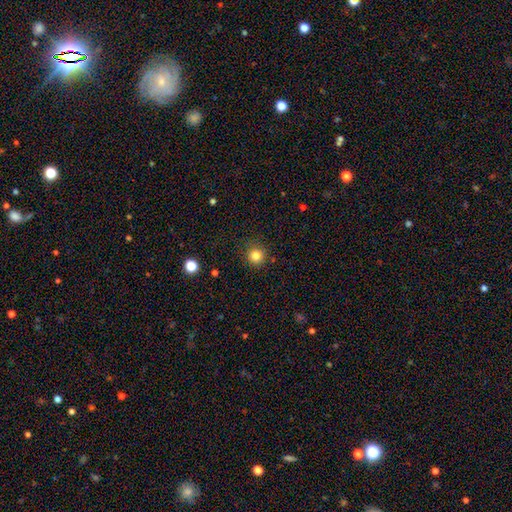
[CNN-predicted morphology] smooth_or_featured: smooth (p=0.82) [alt: star or artifact p=0.12]
how_rounded: round (p=0.95) [alt: in between p=0.04]
merging: none (p=0.88) [alt: minor disturbance p=0.08]